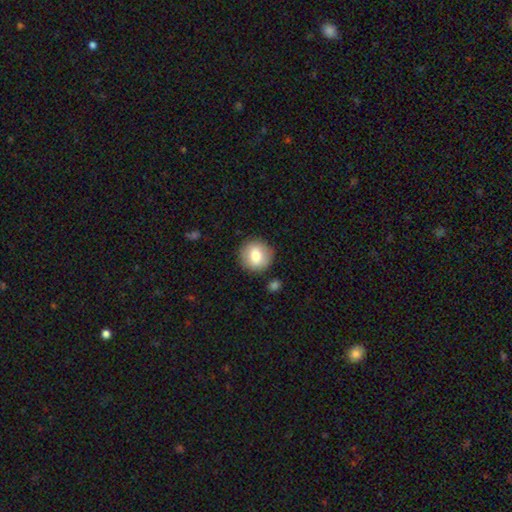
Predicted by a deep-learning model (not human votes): The model was most divided on "smooth or featured": smooth: 77%, featured or disk: 15%, star or artifact: 8%. More confident: how rounded — round (93%); merging — none (88%).